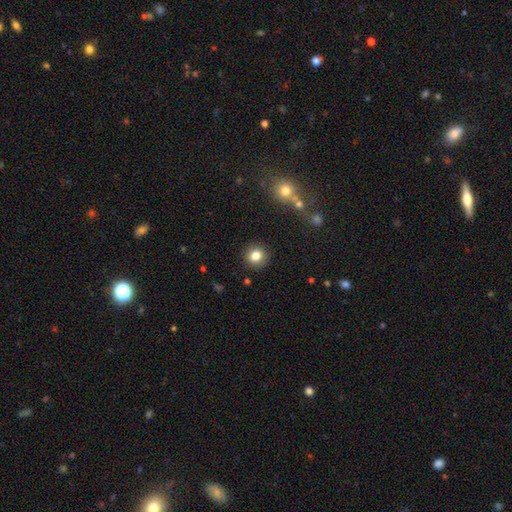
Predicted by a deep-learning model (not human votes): A smooth galaxy with no disk features (81%) that is round (88%). Merging: none (90%).